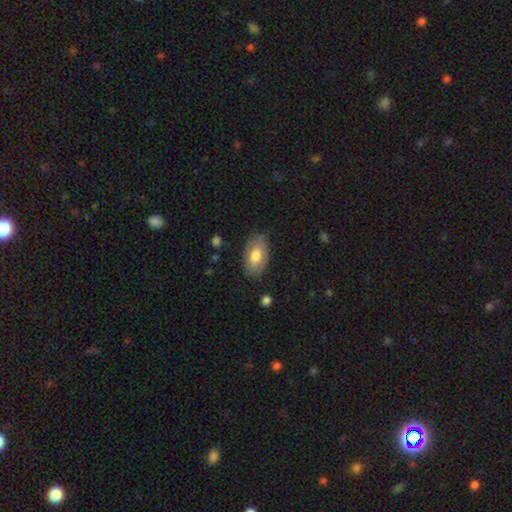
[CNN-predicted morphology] A smooth galaxy with no disk features (76%) that is in between round and cigar-shaped (93%). Merging: none (80%).